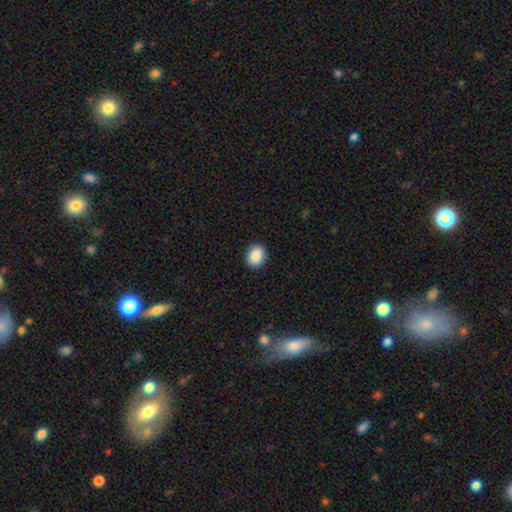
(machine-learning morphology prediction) Q: Smooth or featured?
A: smooth (88%); runner-up: star or artifact (8%)
Q: How rounded?
A: round (63%); runner-up: in between (36%)
Q: Merging?
A: none (90%); runner-up: minor disturbance (7%)